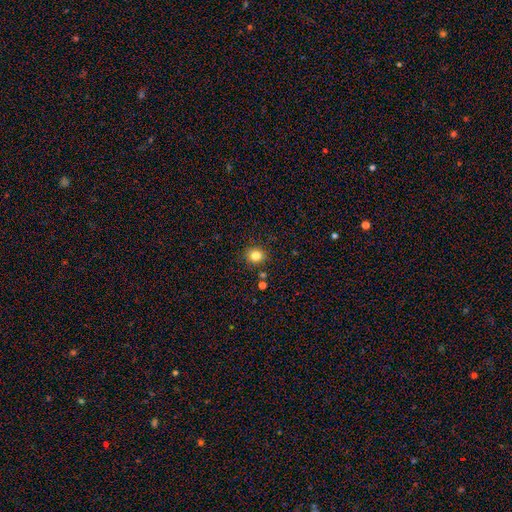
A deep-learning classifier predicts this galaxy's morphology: This is clearly a smooth galaxy (82%). How rounded: clearly round (84%). Merging: clearly none (87%).